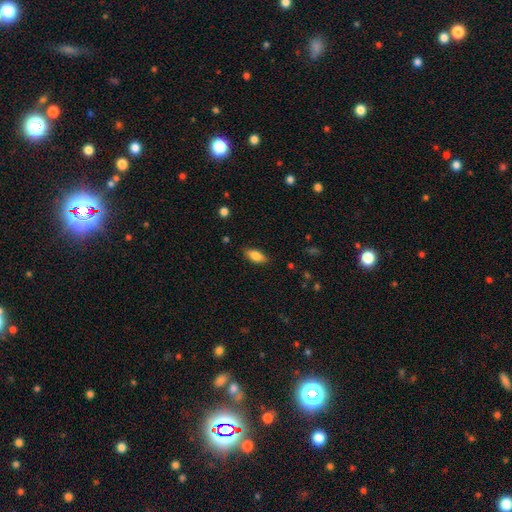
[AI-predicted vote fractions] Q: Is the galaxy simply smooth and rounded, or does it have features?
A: smooth — 81%.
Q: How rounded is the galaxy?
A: in between — 84%.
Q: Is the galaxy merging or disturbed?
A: none — 85%.